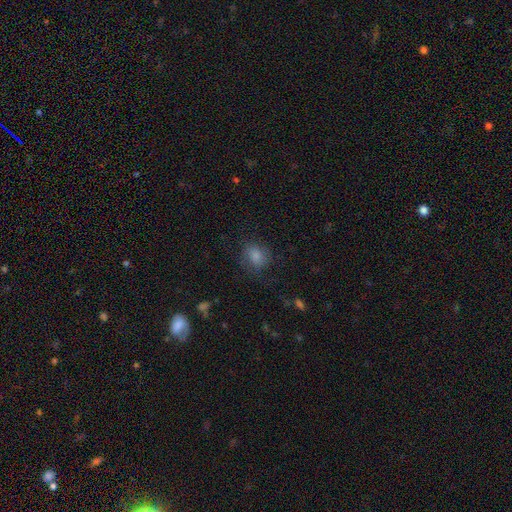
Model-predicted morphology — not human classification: smooth 66%, star or artifact 19%, featured or disk 15%. Down the decision tree: how rounded — round (62%); merging — none (74%).